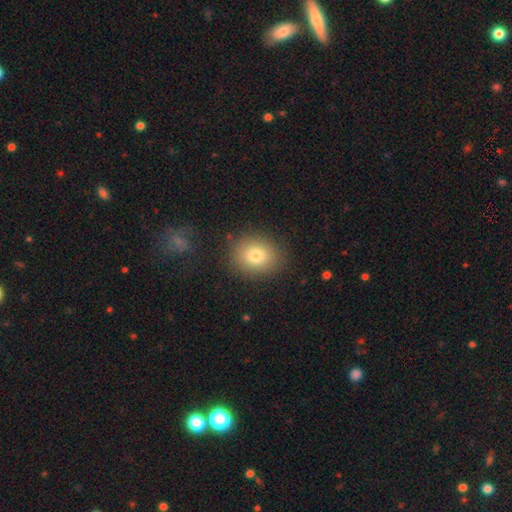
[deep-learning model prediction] Smooth or featured: smooth — 79% (star or artifact — 11%)
How rounded: round — 66% (in between — 33%)
Merging: none — 86% (minor disturbance — 9%)